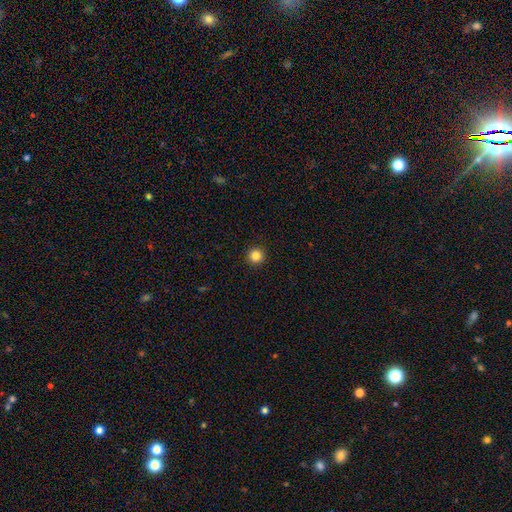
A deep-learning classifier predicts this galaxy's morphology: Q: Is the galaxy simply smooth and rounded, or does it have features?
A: smooth — 84%.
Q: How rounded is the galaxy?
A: round — 96%.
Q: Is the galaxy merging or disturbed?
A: none — 94%.